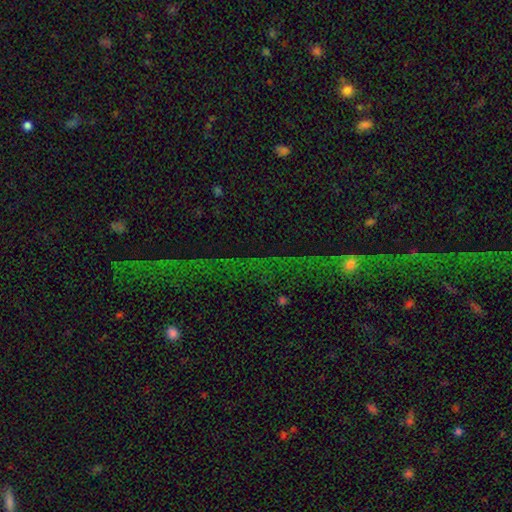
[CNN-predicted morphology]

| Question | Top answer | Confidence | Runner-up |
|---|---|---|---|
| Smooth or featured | star or artifact | 68% | featured or disk (17%) |